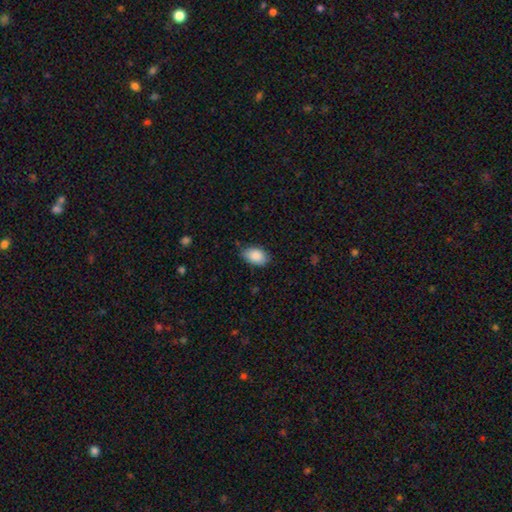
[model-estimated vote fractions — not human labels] The model was most divided on "merging": none: 76%, minor disturbance: 20%, major disturbance: 3%, merger: 1%. More confident: how rounded — in between (91%); smooth or featured — smooth (89%).